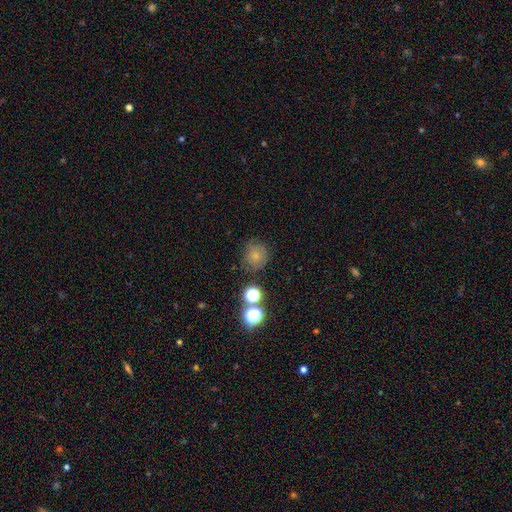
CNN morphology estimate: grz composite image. It shows a smooth galaxy with no disk features (70%) that is round (88%). Merging: none (71%).